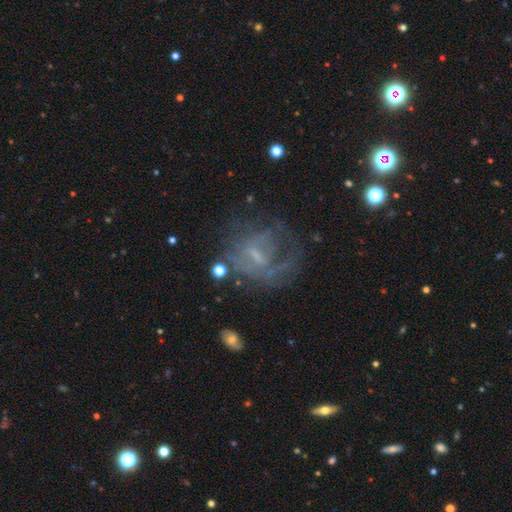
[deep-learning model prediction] Smooth or featured?
  - featured or disk: 64% *
  - smooth: 20%
  - star or artifact: 16%
Edge-on disk?
  - no: 96% *
  - yes: 4%
Bar?
  - weak: 44% *
  - no: 43%
  - strong: 13%
Spiral arms?
  - yes: 52% *
  - no: 48%
Bulge size?
  - small: 44% *
  - none: 33%
  - moderate: 19%
  - large: 2%
  - dominant: 1%
Merging?
  - none: 44% *
  - major disturbance: 33%
  - minor disturbance: 18%
  - merger: 4%